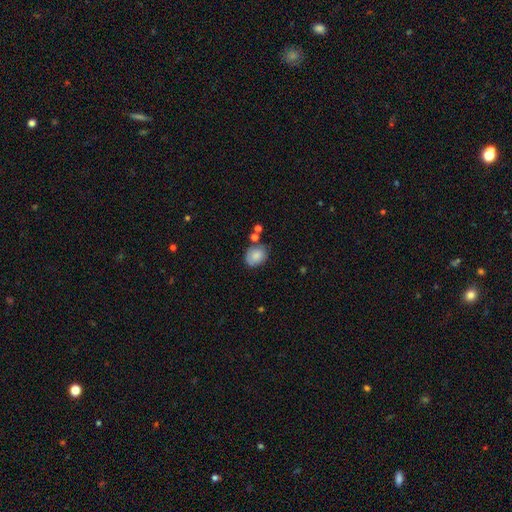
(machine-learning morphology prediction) This appears to be a smooth galaxy with no disk features (81%) that is in between round and cigar-shaped (56%). Merging: none (64%).